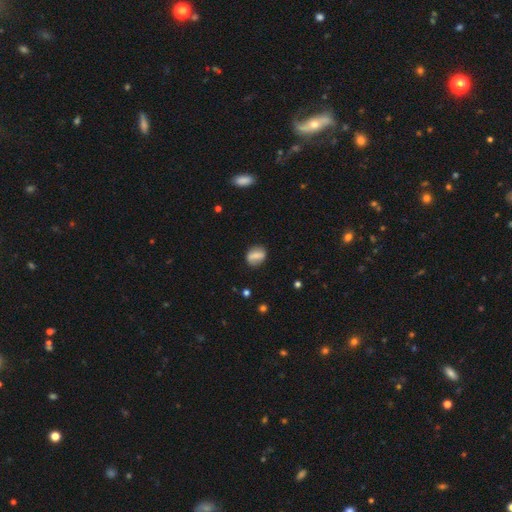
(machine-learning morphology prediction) This is likely a smooth galaxy (62%). How rounded: possibly in between (58%). Merging: clearly none (81%).